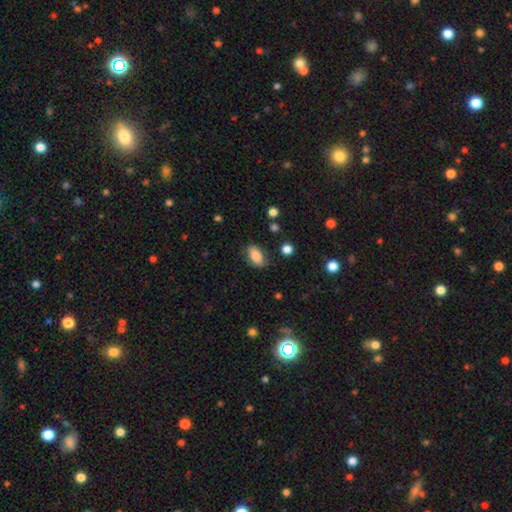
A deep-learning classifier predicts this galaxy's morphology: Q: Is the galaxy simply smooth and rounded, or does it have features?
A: smooth — 82%.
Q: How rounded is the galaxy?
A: in between — 89%.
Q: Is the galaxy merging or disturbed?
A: none — 77%.